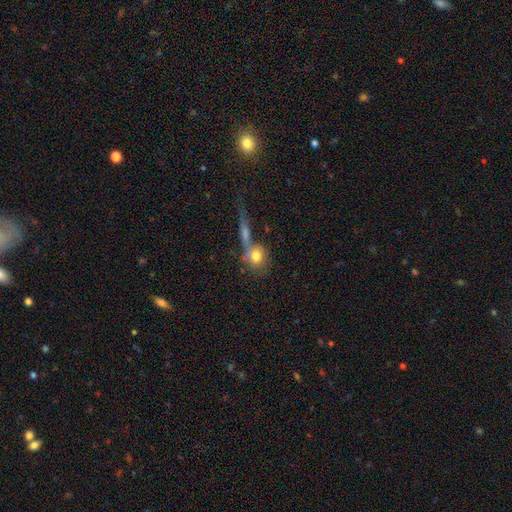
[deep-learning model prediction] Smooth or featured? smooth (75%)
How rounded? round (74%)
Merging? none (49%)